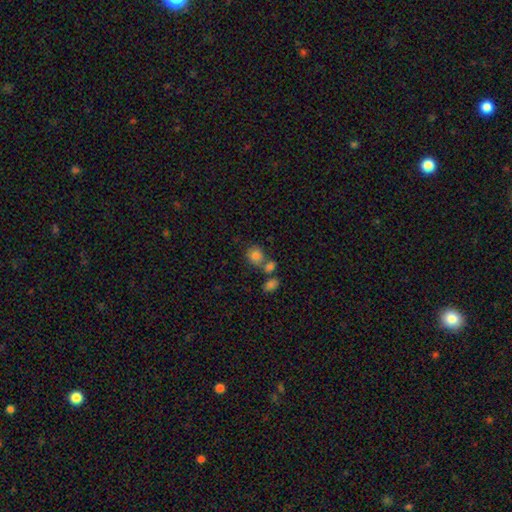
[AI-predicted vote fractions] smooth-or-featured: smooth: 81% | star or artifact: 10% | featured or disk: 9%
  how-rounded: round: 72% | in between: 27% | cigar-shaped: 1%
  merging: none: 55% | merger: 29% | minor disturbance: 11% | major disturbance: 4%